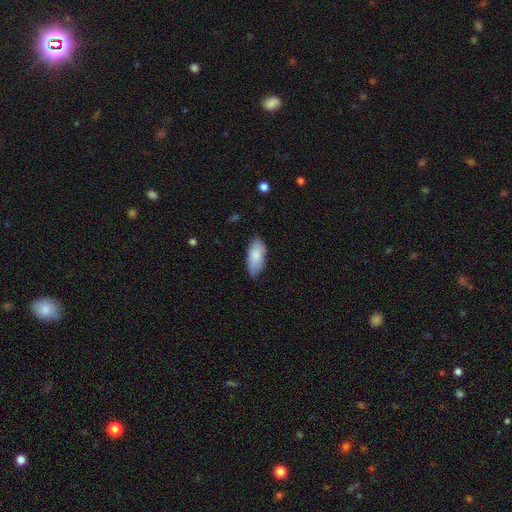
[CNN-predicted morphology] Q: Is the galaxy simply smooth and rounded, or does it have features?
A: smooth — 85%.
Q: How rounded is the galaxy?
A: in between — 89%.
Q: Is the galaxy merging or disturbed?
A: none — 76%.